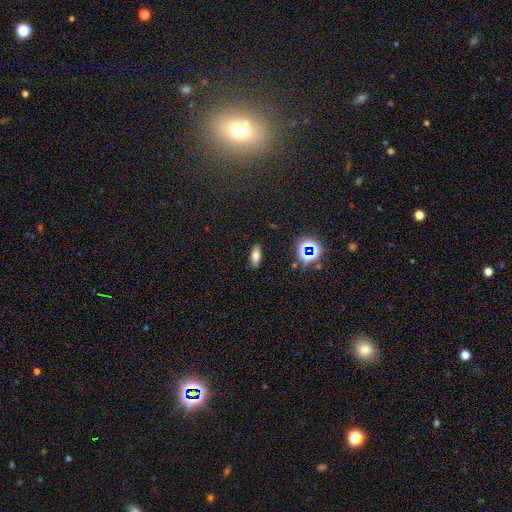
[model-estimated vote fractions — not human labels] Smooth or featured?
  - smooth: 70% *
  - star or artifact: 18%
  - featured or disk: 12%
How rounded?
  - in between: 81% *
  - cigar-shaped: 14%
  - round: 5%
Merging?
  - none: 86% *
  - minor disturbance: 9%
  - major disturbance: 3%
  - merger: 2%